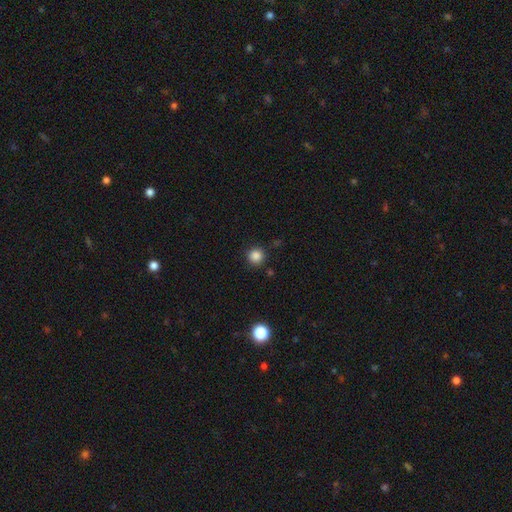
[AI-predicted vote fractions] The model was most divided on "smooth or featured": smooth: 85%, star or artifact: 12%, featured or disk: 3%. More confident: how rounded — round (95%); merging — none (89%).